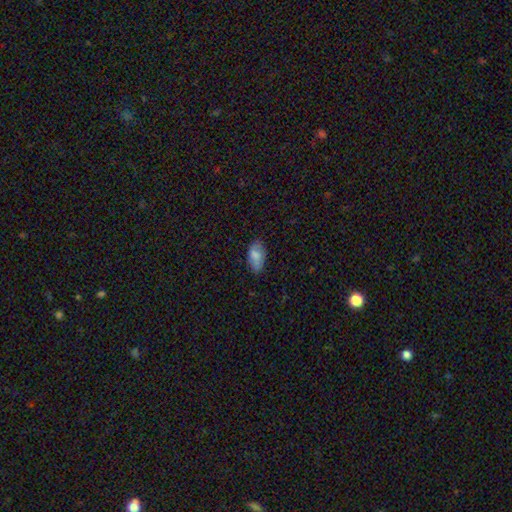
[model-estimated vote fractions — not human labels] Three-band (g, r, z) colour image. It shows a smooth galaxy with no disk features (76%) that is in between round and cigar-shaped (93%). Merging: none (71%).